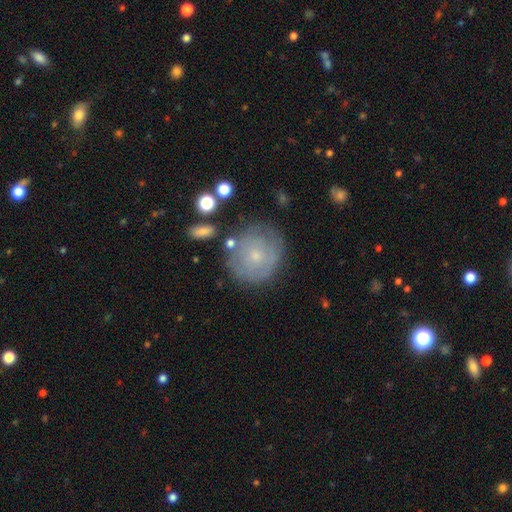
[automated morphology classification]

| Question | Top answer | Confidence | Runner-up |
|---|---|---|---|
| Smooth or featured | smooth | 52% | featured or disk (39%) |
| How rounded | round | 86% | in between (13%) |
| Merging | none | 73% | minor disturbance (18%) |